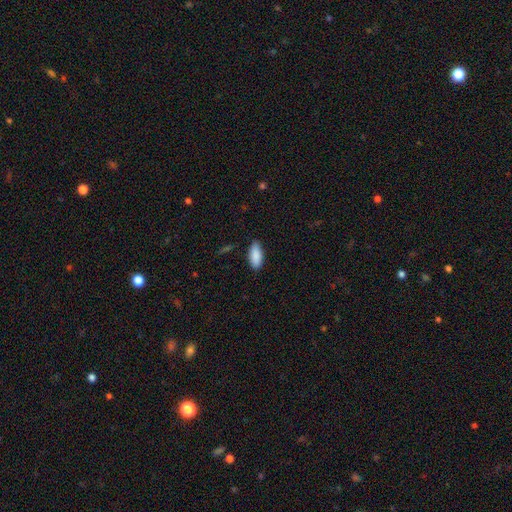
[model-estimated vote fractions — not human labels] The model was most divided on "merging": none: 83%, minor disturbance: 13%, major disturbance: 2%, merger: 1%. More confident: smooth or featured — smooth (89%); how rounded — in between (86%).